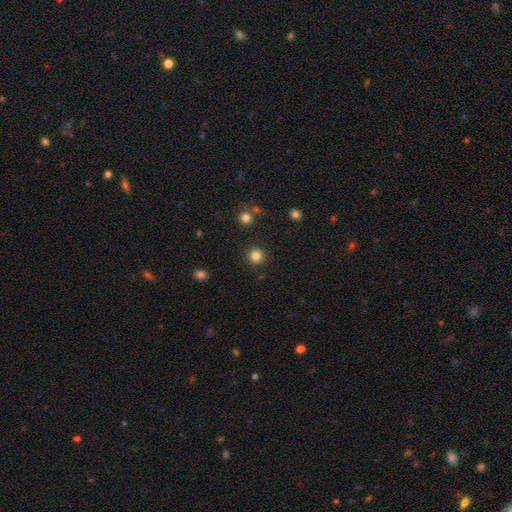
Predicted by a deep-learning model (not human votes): Smooth or featured?
  - smooth: 83% *
  - star or artifact: 12%
  - featured or disk: 4%
How rounded?
  - round: 95% *
  - in between: 4%
  - cigar-shaped: 1%
Merging?
  - none: 91% *
  - minor disturbance: 5%
  - major disturbance: 2%
  - merger: 2%